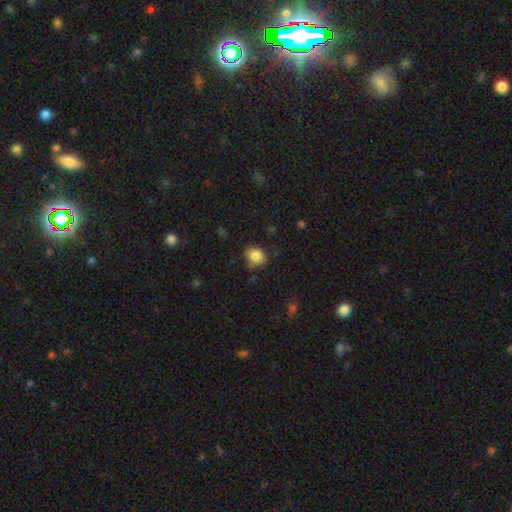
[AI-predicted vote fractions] smooth 84%, star or artifact 9%, featured or disk 7%. Down the decision tree: how rounded — round (51%); merging — none (76%).